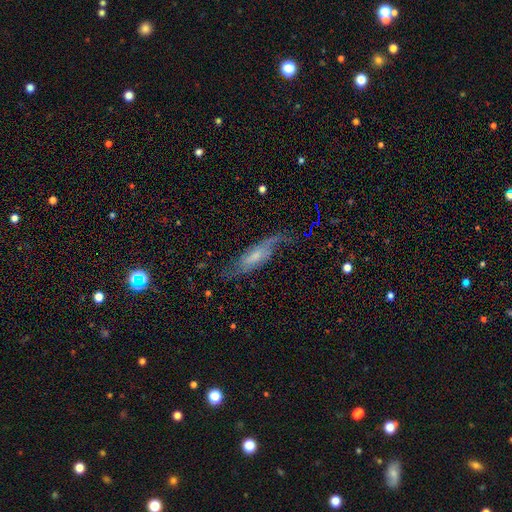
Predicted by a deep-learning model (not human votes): The model was most divided on "bar": no: 47%, weak: 40%, strong: 12%. More confident: spiral arms — yes (90%); spiral arm count — 2 (79%); edge-on disk — no (78%); smooth or featured — featured or disk (72%); spiral winding — loose (62%); merging — none (59%); bulge size — small (50%).